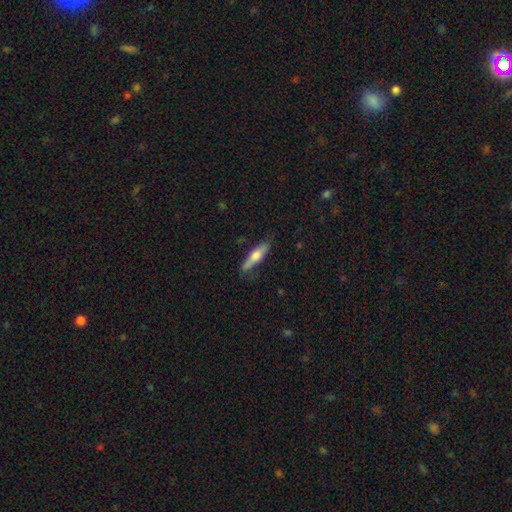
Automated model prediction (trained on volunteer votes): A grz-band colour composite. It shows a smooth galaxy with no disk features (56%) that is cigar-shaped (77%). Merging: none (81%).